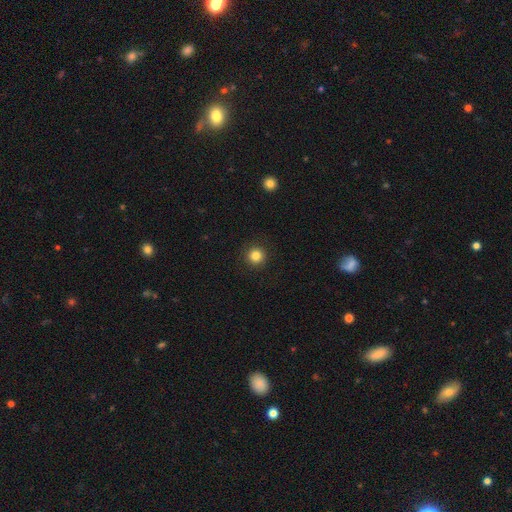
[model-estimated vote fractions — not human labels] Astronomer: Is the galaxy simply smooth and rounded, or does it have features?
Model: smooth — 83%.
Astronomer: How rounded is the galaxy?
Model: round — 95%.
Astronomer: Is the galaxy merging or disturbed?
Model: none — 92%.